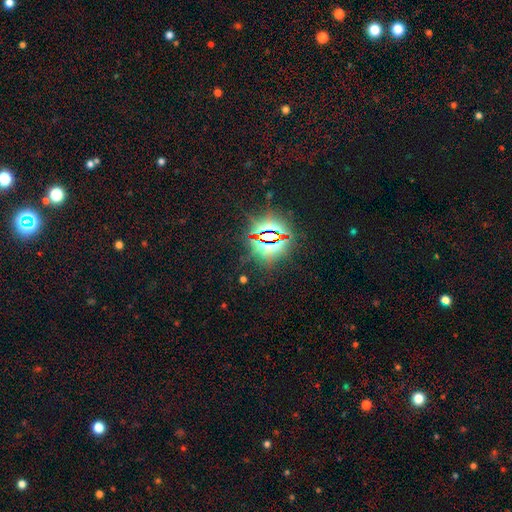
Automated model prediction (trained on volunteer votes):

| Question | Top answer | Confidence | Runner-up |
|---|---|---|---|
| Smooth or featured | star or artifact | 83% | smooth (11%) |